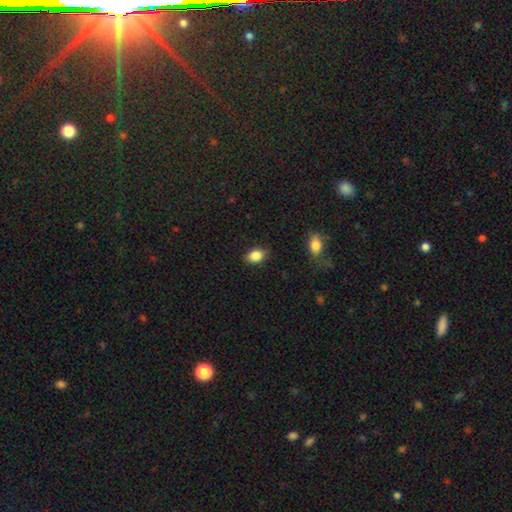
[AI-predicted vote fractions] Morphology: type=smooth (86%); roundness=in between (74%); merging=none (83%).